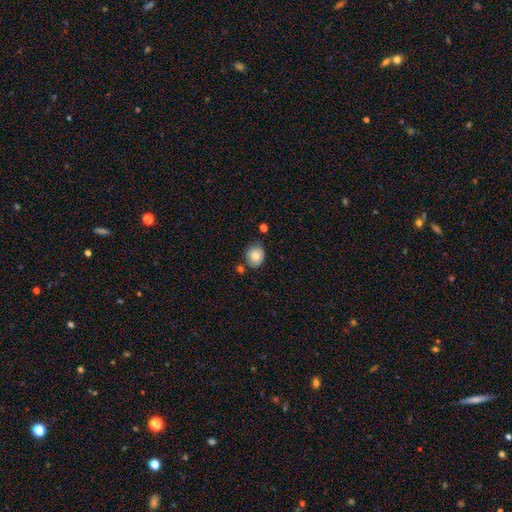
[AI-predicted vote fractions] Smooth or featured? Predicted: smooth (p=0.81). How rounded? Predicted: round (p=0.71). Merging? Predicted: none (p=0.71).